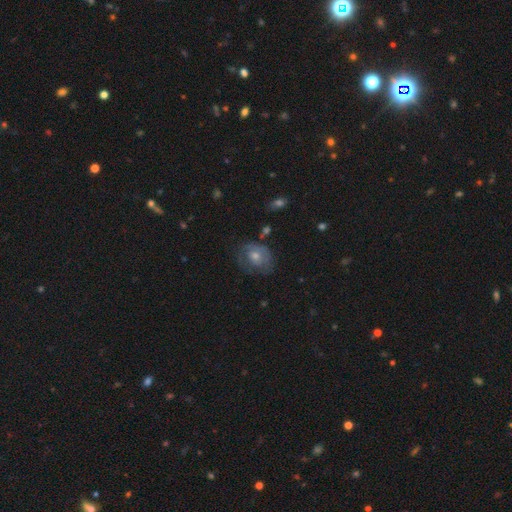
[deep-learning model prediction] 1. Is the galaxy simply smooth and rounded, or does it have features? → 50% featured or disk, 37% smooth, 13% star or artifact.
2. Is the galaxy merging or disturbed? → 66% none, 21% minor disturbance, 10% major disturbance, 2% merger.